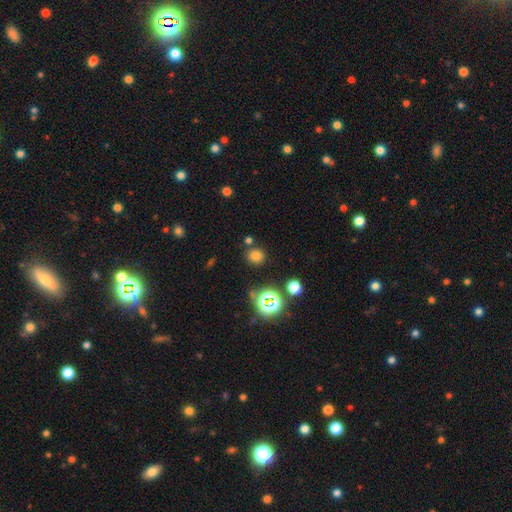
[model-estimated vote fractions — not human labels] Morphology: type=smooth (72%); roundness=round (87%); merging=none (82%).